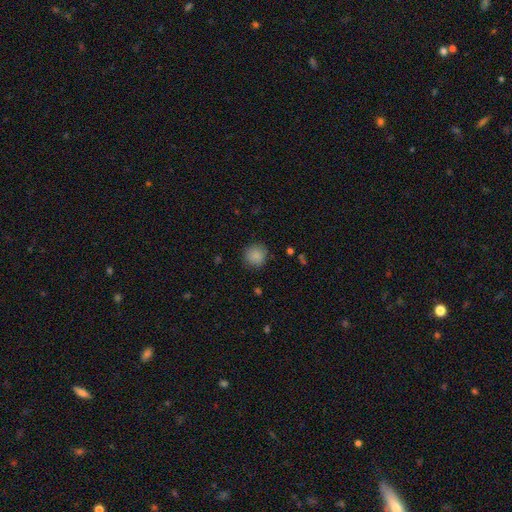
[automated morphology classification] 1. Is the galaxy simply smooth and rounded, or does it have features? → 87% smooth, 9% star or artifact, 4% featured or disk.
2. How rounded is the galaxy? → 92% round, 7% in between, 1% cigar-shaped.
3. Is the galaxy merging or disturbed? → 87% none, 9% minor disturbance, 3% major disturbance, 1% merger.